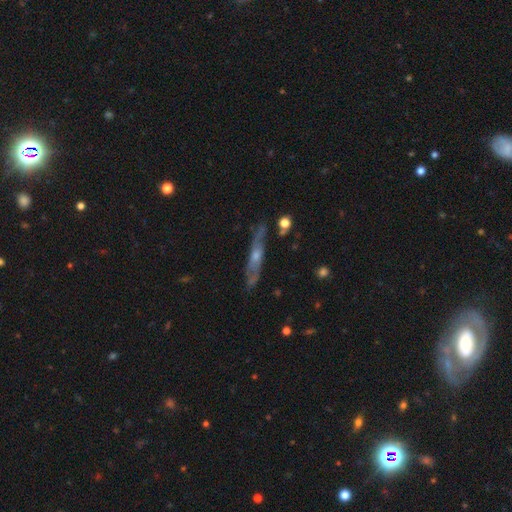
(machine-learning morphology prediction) type=featured or disk (68%); edge-on=yes (70%); merging=none (77%).